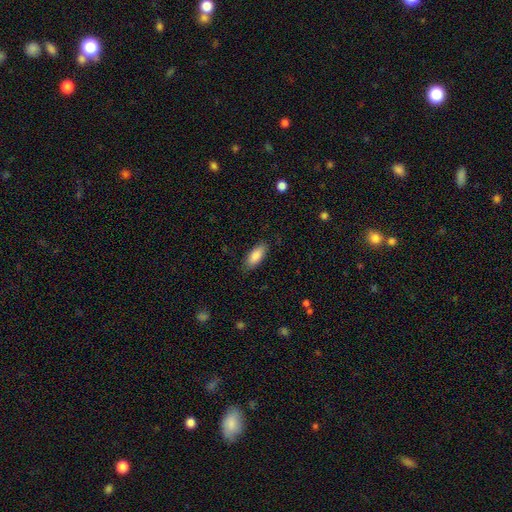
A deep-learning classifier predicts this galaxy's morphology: The model was most divided on "how rounded": in between: 82%, cigar-shaped: 17%, round: 2%. More confident: smooth or featured — smooth (87%); merging — none (84%).